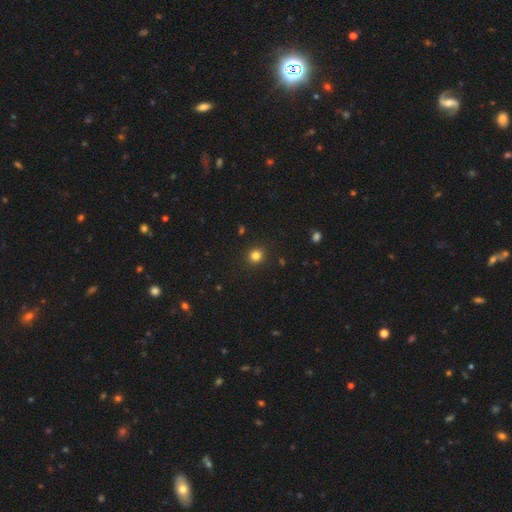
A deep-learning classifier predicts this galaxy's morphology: Smooth or featured: smooth — 82% (star or artifact — 13%)
How rounded: round — 91% (in between — 8%)
Merging: none — 92% (minor disturbance — 5%)